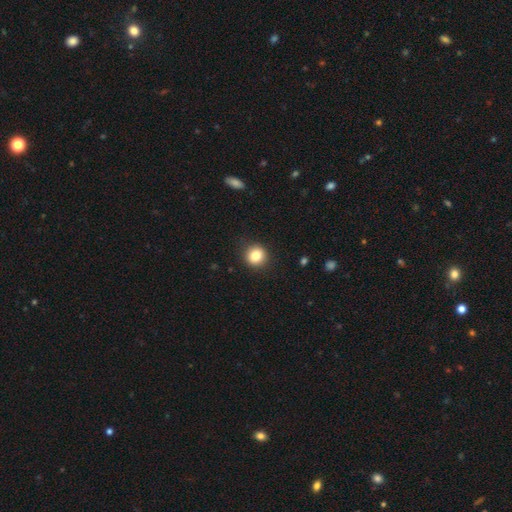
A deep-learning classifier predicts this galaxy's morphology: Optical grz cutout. It shows a smooth galaxy with no disk features (82%) that is round (89%). Merging: none (90%).